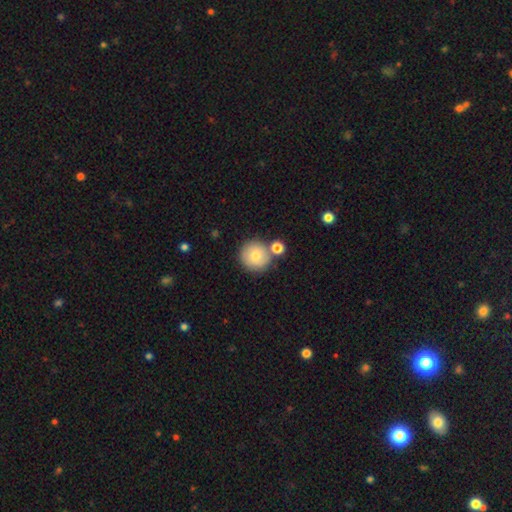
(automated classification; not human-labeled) Smooth or featured?
  - smooth: 77% *
  - featured or disk: 14%
  - star or artifact: 9%
How rounded?
  - round: 94% *
  - in between: 5%
  - cigar-shaped: 1%
Merging?
  - none: 69% *
  - merger: 17%
  - minor disturbance: 10%
  - major disturbance: 3%